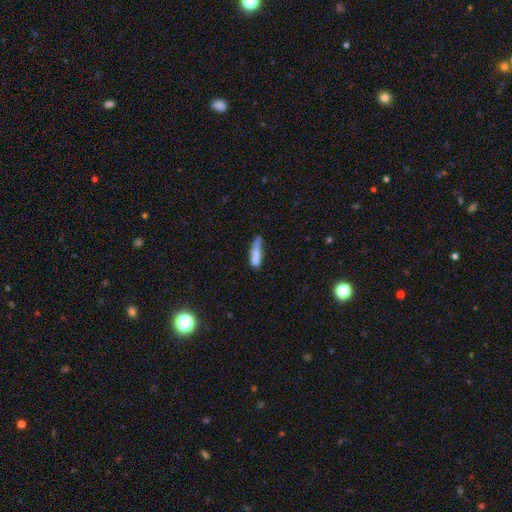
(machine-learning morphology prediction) A smooth galaxy with no disk features (78%) that is cigar-shaped (74%).

Vote fractions:
- Smooth or featured? smooth: 78% / featured or disk: 14% / star or artifact: 8%
- How rounded? cigar-shaped: 74% / in between: 24% / round: 2%
- Merging? none: 42% / minor disturbance: 36% / major disturbance: 16% / merger: 7%